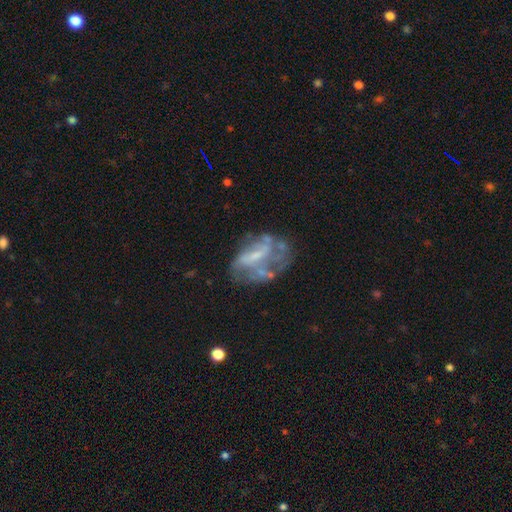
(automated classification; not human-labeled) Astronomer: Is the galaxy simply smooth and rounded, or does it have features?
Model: featured or disk — 70%.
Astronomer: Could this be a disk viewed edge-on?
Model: no — 96%.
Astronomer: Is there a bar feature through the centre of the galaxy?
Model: weak — 40% (runner-up: no, 38%).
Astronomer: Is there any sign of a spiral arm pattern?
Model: no — 54% (runner-up: yes, 46%).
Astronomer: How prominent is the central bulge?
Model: small — 44% (runner-up: none, 29%).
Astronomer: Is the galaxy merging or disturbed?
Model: none — 40% (runner-up: major disturbance, 28%).